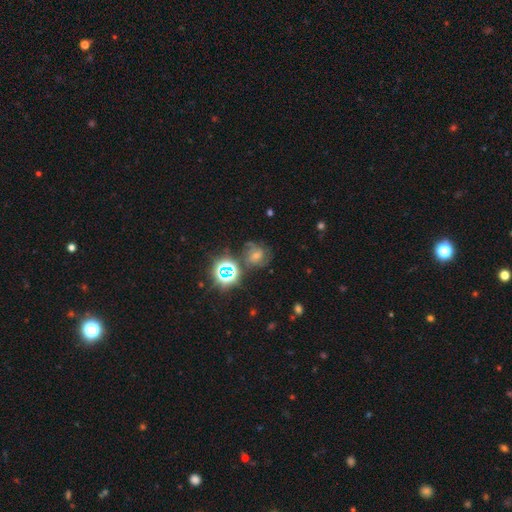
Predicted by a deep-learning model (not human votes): Overall: featured or disk (51%; star or artifact 26%). Edge-on disk: no (97%). Merging: none (63%).